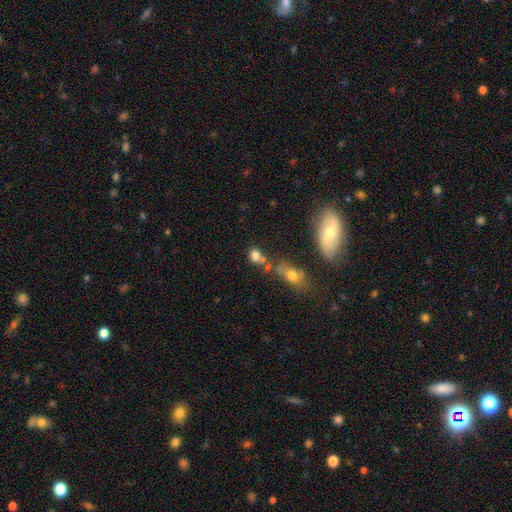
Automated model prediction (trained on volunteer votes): smooth-or-featured: smooth: 76% | star or artifact: 14% | featured or disk: 10%
  how-rounded: round: 56% | in between: 42% | cigar-shaped: 2%
  merging: none: 49% | merger: 31% | minor disturbance: 13% | major disturbance: 6%